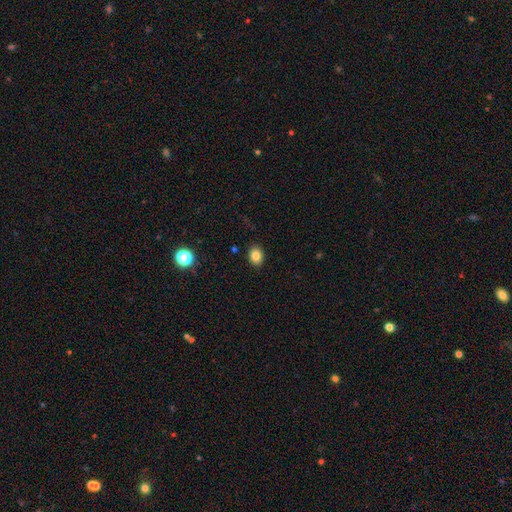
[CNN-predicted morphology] Q: Smooth or featured?
A: smooth (84%); runner-up: star or artifact (11%)
Q: How rounded?
A: in between (63%); runner-up: round (36%)
Q: Merging?
A: none (89%); runner-up: minor disturbance (8%)